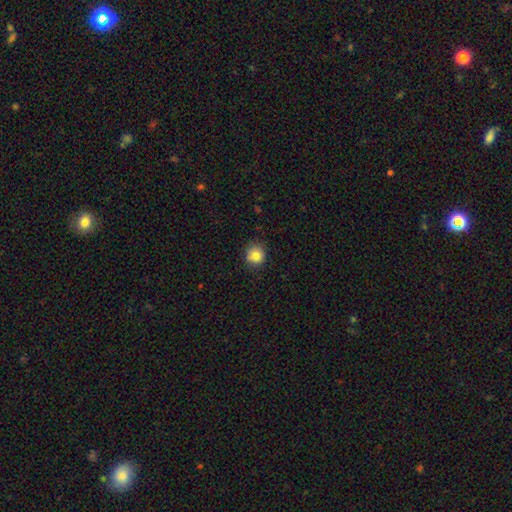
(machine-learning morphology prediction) smooth 82%, star or artifact 11%, featured or disk 7%. Down the decision tree: how rounded — round (90%); merging — none (83%).